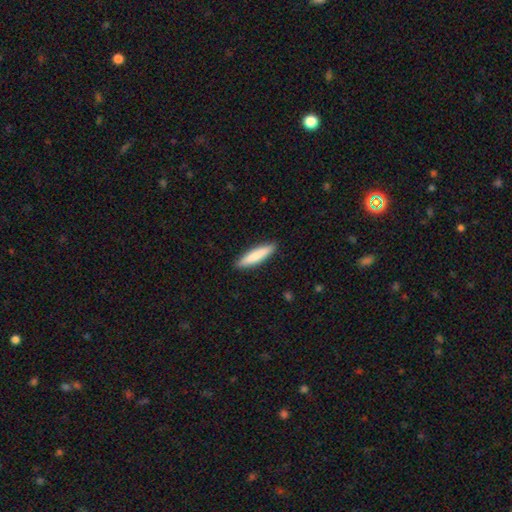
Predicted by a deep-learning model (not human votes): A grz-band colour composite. It shows a smooth galaxy with no disk features (79%) that is cigar-shaped (83%). Merging: none (90%).